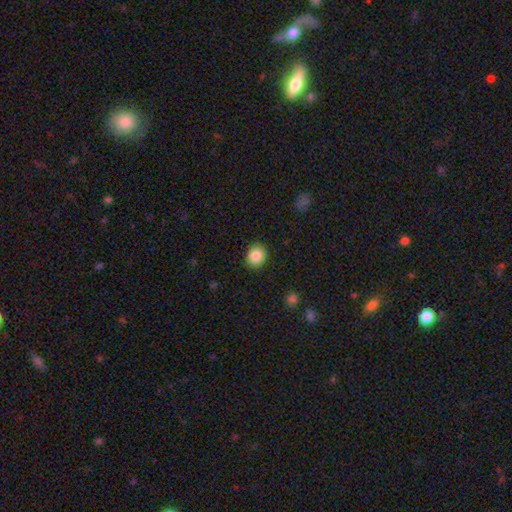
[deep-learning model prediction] This is clearly a smooth galaxy (86%). How rounded: likely round (70%). Merging: clearly none (88%).